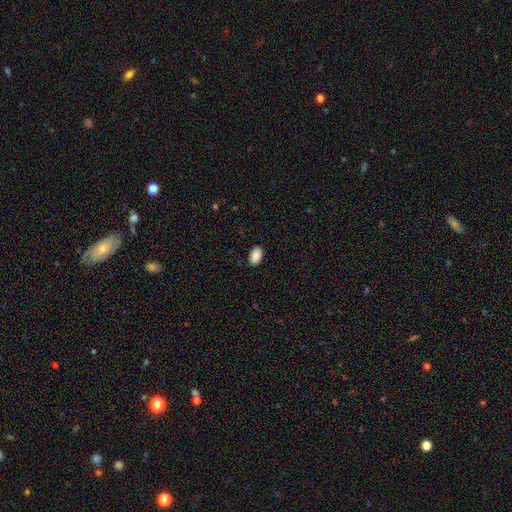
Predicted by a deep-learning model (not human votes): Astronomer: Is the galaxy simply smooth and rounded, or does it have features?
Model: smooth — 90%.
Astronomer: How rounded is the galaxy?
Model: in between — 95%.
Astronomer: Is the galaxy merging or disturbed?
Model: none — 88%.